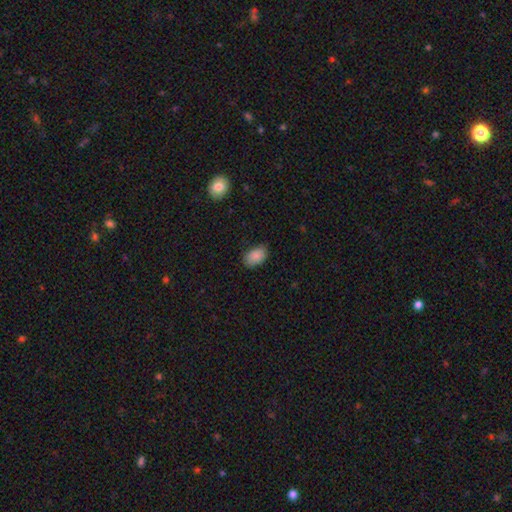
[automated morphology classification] Smooth or featured? Predicted: smooth (p=0.87). How rounded? Predicted: in between (p=0.90). Merging? Predicted: none (p=0.78).